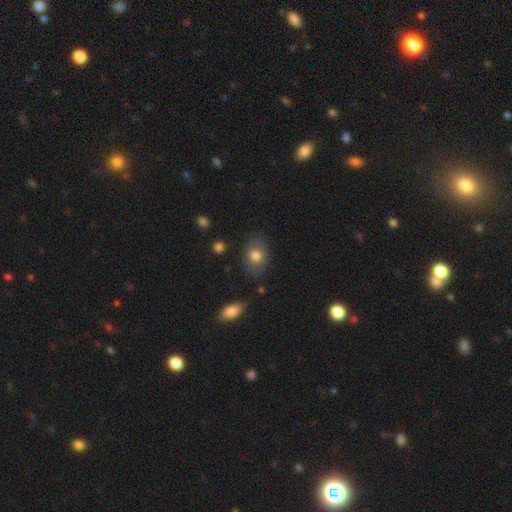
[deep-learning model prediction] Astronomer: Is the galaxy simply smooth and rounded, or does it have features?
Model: smooth — 77%.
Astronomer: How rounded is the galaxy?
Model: in between — 72%.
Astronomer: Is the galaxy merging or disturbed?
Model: none — 78%.